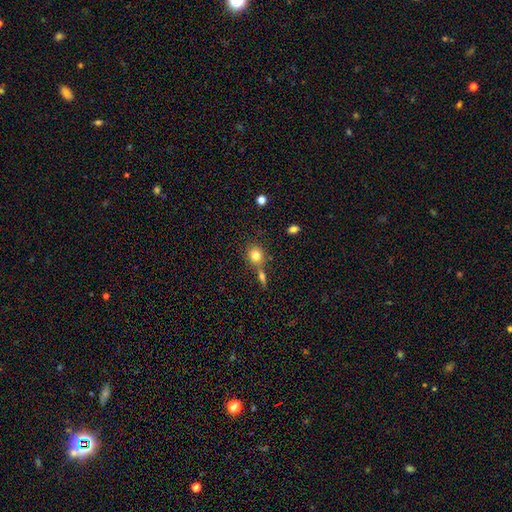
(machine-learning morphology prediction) Smooth or featured? Predicted: smooth (p=0.79). How rounded? Predicted: round (p=0.79). Merging? Predicted: none (p=0.64).